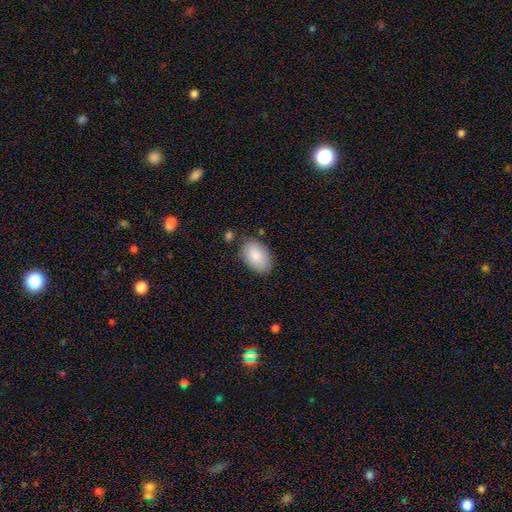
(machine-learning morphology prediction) smooth 87%, featured or disk 8%, star or artifact 6%. Down the decision tree: how rounded — in between (93%); merging — none (79%).